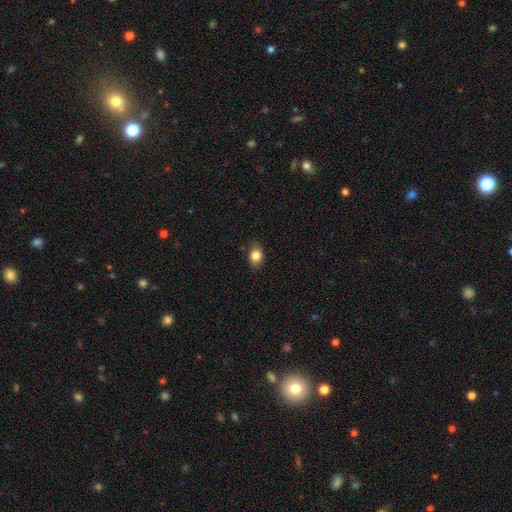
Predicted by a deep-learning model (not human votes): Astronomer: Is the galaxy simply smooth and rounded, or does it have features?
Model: smooth — 84%.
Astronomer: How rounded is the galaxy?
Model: in between — 73%.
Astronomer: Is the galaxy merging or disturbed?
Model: none — 82%.